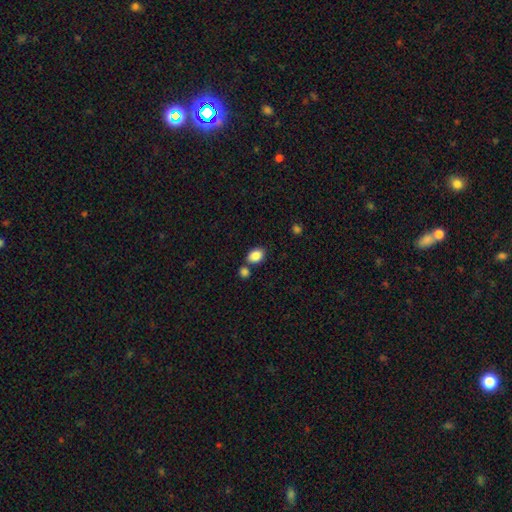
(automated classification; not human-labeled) Morphology: type=smooth (87%); roundness=in between (76%); merging=none (68%).